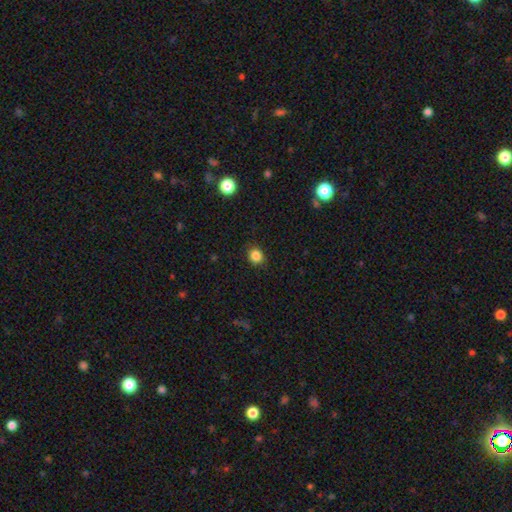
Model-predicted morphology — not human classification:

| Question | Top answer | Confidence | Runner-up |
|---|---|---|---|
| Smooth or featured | smooth | 85% | star or artifact (11%) |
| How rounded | round | 79% | in between (20%) |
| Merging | none | 88% | minor disturbance (9%) |